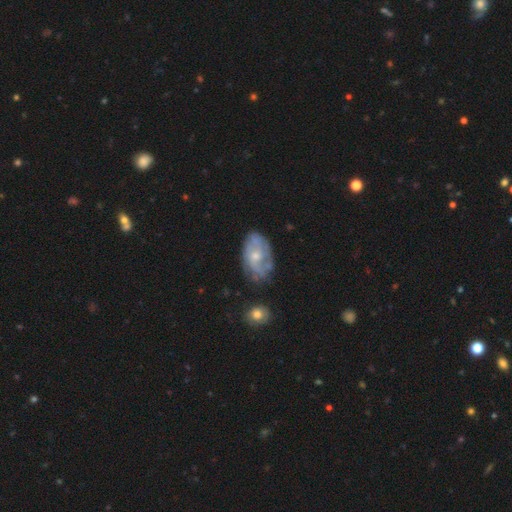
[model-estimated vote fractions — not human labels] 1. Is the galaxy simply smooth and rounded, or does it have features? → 68% featured or disk, 26% smooth, 6% star or artifact.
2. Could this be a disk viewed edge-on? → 96% no, 4% yes.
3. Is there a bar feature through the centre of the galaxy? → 75% no, 22% weak, 3% strong.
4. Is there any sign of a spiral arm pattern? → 74% yes, 26% no.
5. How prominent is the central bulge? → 52% small, 43% moderate, 3% none, 2% large, 1% dominant.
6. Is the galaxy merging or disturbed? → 63% none, 25% minor disturbance, 9% major disturbance, 3% merger.